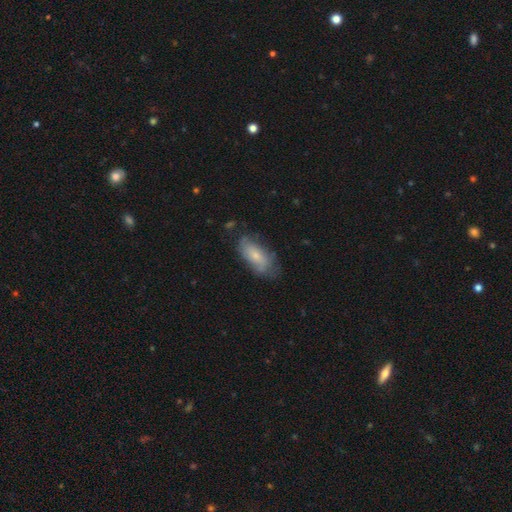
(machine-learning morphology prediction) Q: Smooth or featured?
A: smooth (66%); runner-up: featured or disk (27%)
Q: How rounded?
A: in between (84%); runner-up: cigar-shaped (13%)
Q: Merging?
A: none (61%); runner-up: minor disturbance (28%)